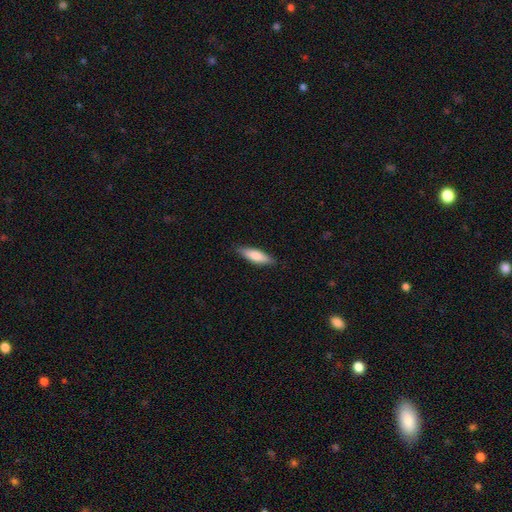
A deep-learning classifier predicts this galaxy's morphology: A smooth galaxy with no disk features (77%) that is cigar-shaped (58%). Merging: none (86%).